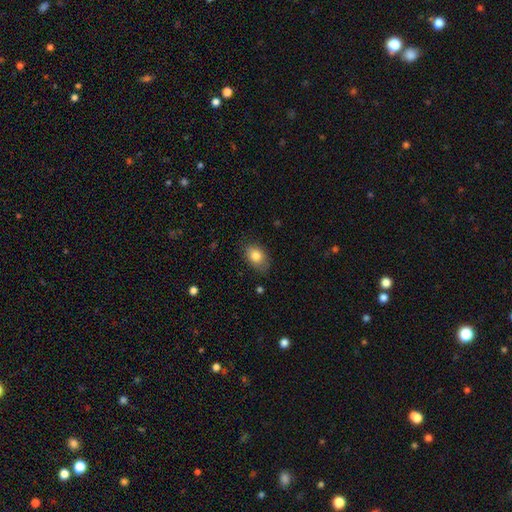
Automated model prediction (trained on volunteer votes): This appears to be a smooth galaxy with no disk features (82%) that is in between round and cigar-shaped (80%). Merging: none (73%).